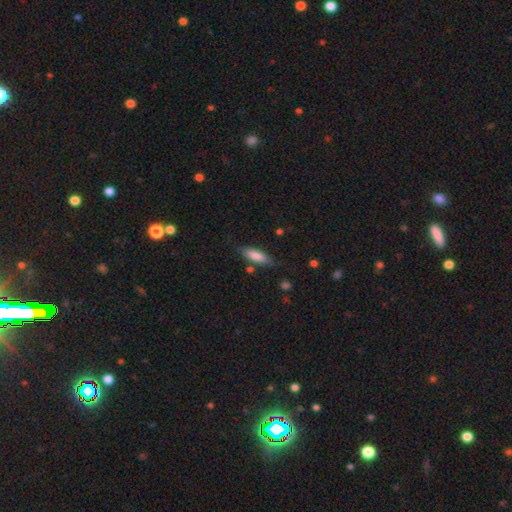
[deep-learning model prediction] Smooth or featured: smooth — 77% (featured or disk — 16%)
How rounded: in between — 49% (tied with cigar-shaped — 49%)
Merging: none — 76% (minor disturbance — 17%)